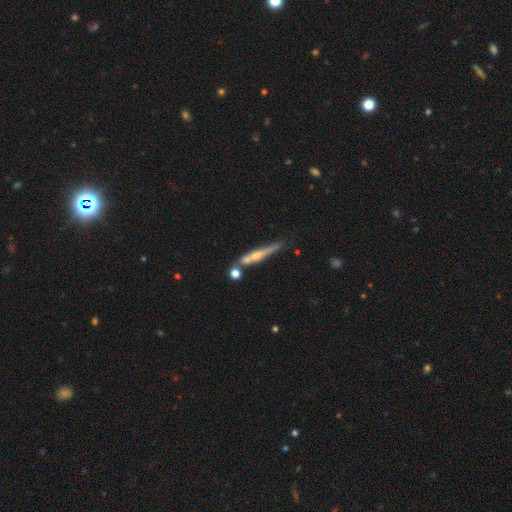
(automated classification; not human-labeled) The model was most divided on "smooth or featured": featured or disk: 68%, smooth: 24%, star or artifact: 8%. More confident: edge-on disk — yes (95%); edge-on bulge — rounded (83%); merging — none (70%).